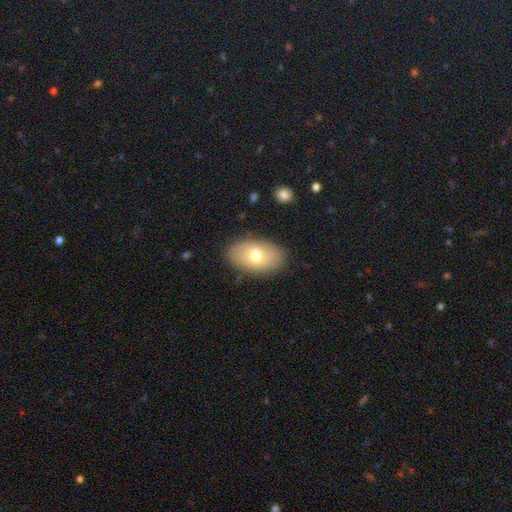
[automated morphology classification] Q: Smooth or featured?
A: smooth (69%); runner-up: featured or disk (24%)
Q: How rounded?
A: in between (92%); runner-up: round (7%)
Q: Merging?
A: none (85%); runner-up: minor disturbance (11%)